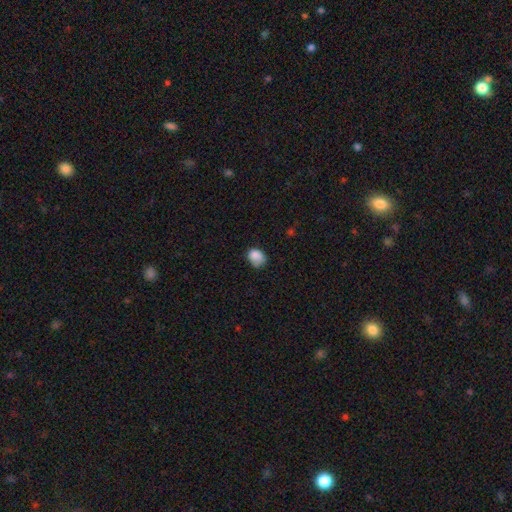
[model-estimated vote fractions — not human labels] The model was most divided on "how rounded": in between: 57%, round: 42%, cigar-shaped: 1%. More confident: smooth or featured — smooth (84%); merging — none (54%).